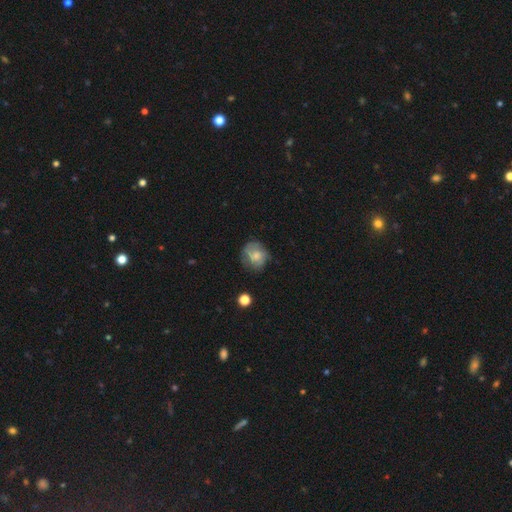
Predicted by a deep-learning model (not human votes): The model was most divided on "smooth or featured": smooth: 53%, featured or disk: 38%, star or artifact: 9%. More confident: how rounded — round (76%); merging — none (64%).